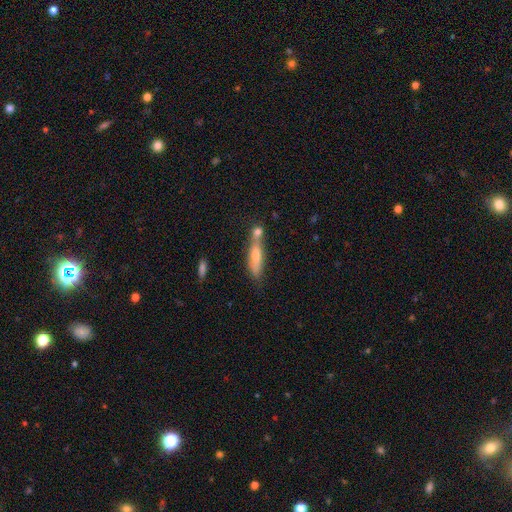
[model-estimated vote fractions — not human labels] Morphology: type=smooth (56%); roundness=cigar-shaped (78%); merging=none (52%).